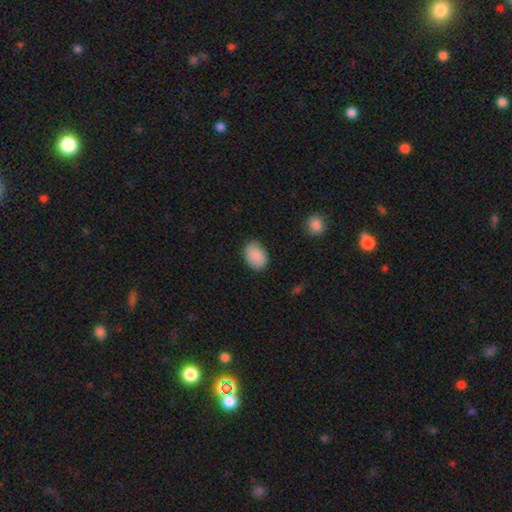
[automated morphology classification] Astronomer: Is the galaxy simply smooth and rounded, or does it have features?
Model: smooth — 89%.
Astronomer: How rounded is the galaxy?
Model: in between — 81%.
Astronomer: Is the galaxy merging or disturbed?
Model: none — 84%.